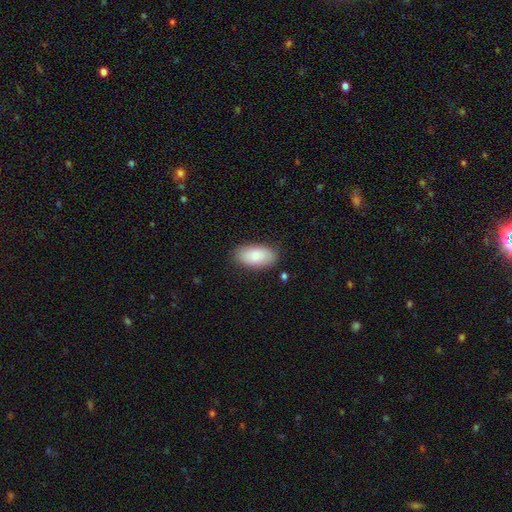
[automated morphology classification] Smooth or featured?
  - smooth: 82% *
  - featured or disk: 12%
  - star or artifact: 6%
How rounded?
  - in between: 95% *
  - round: 3%
  - cigar-shaped: 2%
Merging?
  - none: 84% *
  - minor disturbance: 12%
  - major disturbance: 3%
  - merger: 2%